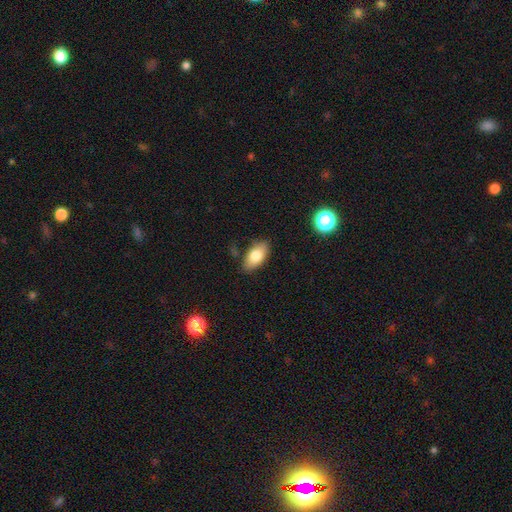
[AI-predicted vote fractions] Smooth or featured?
  - smooth: 81% *
  - featured or disk: 12%
  - star or artifact: 7%
How rounded?
  - in between: 92% *
  - cigar-shaped: 4%
  - round: 4%
Merging?
  - none: 80% *
  - minor disturbance: 15%
  - major disturbance: 3%
  - merger: 2%